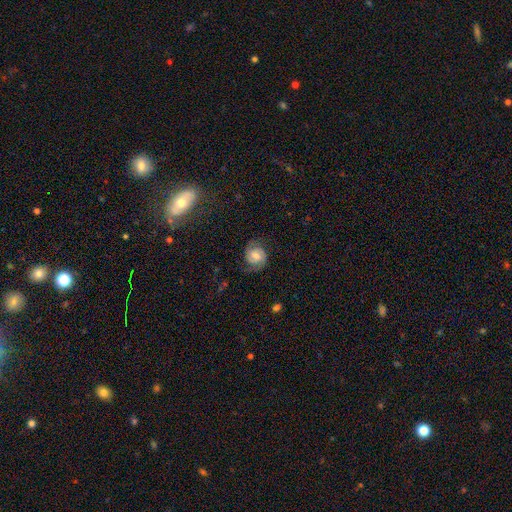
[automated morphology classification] type=featured or disk (72%); edge-on=no (98%); bar=weak (45%); spiral arms=yes (95%); winding=medium (45%); arm count=2 (88%); bulge=moderate (54%); merging=none (74%).